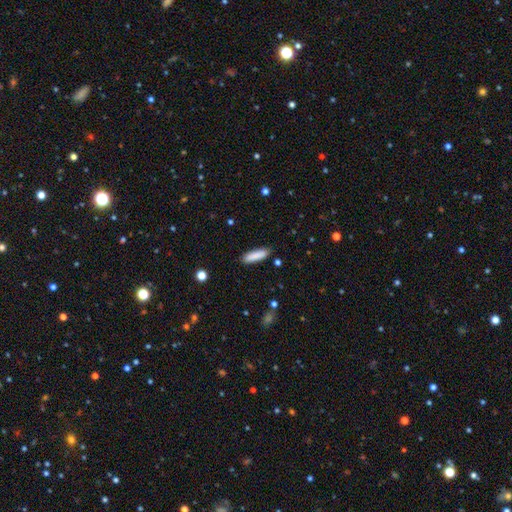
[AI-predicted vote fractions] smooth-or-featured: smooth: 87% | featured or disk: 6% | star or artifact: 6%
  how-rounded: cigar-shaped: 67% | in between: 32% | round: 1%
  merging: none: 87% | minor disturbance: 10% | major disturbance: 2% | merger: 1%